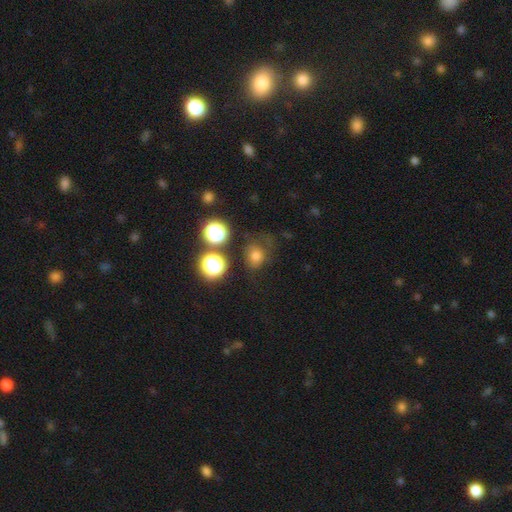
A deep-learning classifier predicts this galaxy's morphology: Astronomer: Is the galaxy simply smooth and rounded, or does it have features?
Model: smooth — 70%.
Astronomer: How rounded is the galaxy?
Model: round — 63%.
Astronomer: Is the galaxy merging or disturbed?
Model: none — 61%.